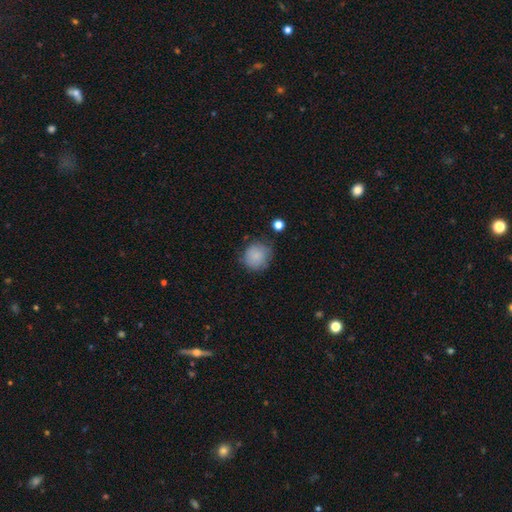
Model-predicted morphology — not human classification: A smooth galaxy with no disk features (81%) that is round (86%).

Vote fractions:
- Smooth or featured? smooth: 81% / featured or disk: 11% / star or artifact: 8%
- How rounded? round: 86% / in between: 13% / cigar-shaped: 1%
- Merging? none: 68% / minor disturbance: 23% / major disturbance: 7% / merger: 3%